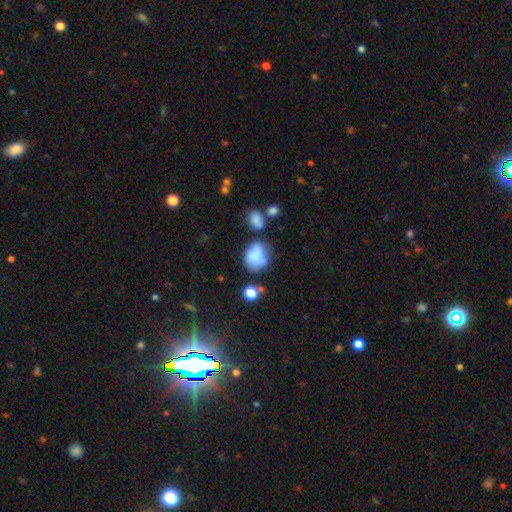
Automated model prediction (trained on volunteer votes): Overall: smooth (76%). How rounded: in between (52%; round 47%). Merging: none (45%; minor disturbance 27%).